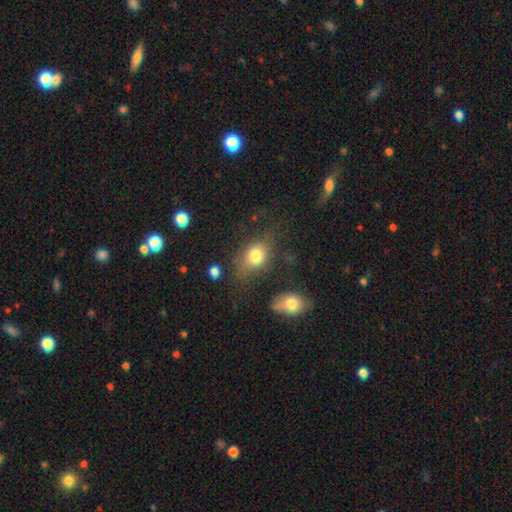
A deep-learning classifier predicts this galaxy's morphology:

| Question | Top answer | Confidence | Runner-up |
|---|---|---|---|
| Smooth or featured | smooth | 76% | featured or disk (13%) |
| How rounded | in between | 63% | round (35%) |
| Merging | none | 58% | minor disturbance (23%) |